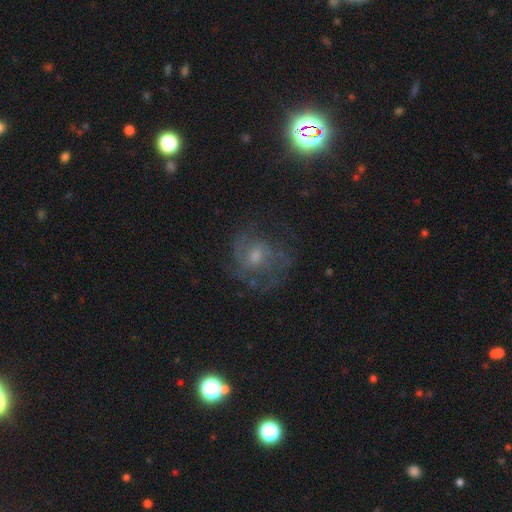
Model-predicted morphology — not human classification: featured or disk 60%, smooth 26%, star or artifact 14%. Down the decision tree: edge-on disk — no (97%); bar — no (71%); spiral arms — yes (71%); bulge size — moderate (53%); merging — none (58%).